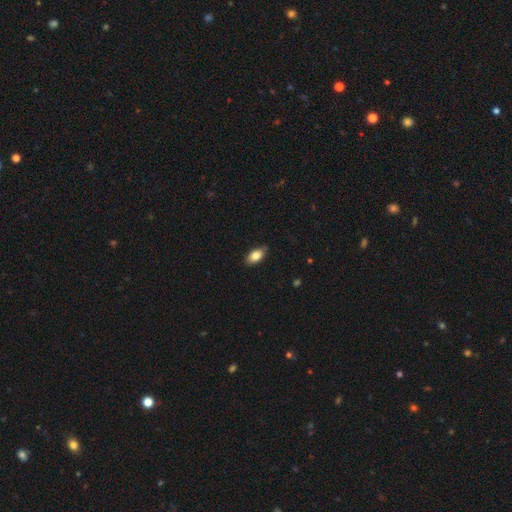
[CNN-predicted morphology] smooth 82%, featured or disk 11%, star or artifact 7%. Down the decision tree: how rounded — in between (91%); merging — none (83%).